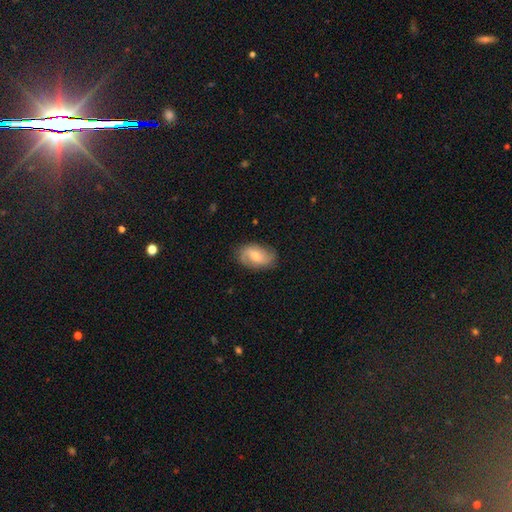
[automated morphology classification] Q: Smooth or featured?
A: featured or disk (48%); runner-up: smooth (45%)
Q: Merging?
A: none (77%); runner-up: minor disturbance (17%)